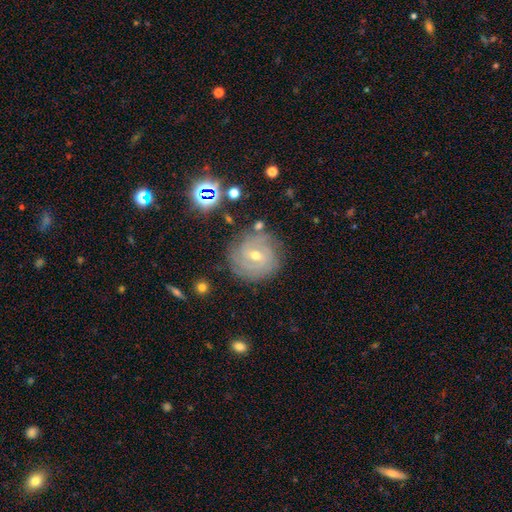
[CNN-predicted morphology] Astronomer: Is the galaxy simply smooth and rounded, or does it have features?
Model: featured or disk — 75%.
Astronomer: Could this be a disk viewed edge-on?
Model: no — 97%.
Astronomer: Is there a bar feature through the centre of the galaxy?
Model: weak — 49% (runner-up: no, 36%).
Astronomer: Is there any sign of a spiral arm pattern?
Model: yes — 92%.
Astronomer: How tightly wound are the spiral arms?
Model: tight — 75%.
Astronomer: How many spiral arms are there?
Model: can't tell — 36% (runner-up: 2, 26%).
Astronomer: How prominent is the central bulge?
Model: moderate — 51% (runner-up: small, 46%).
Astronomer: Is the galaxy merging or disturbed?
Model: none — 80%.